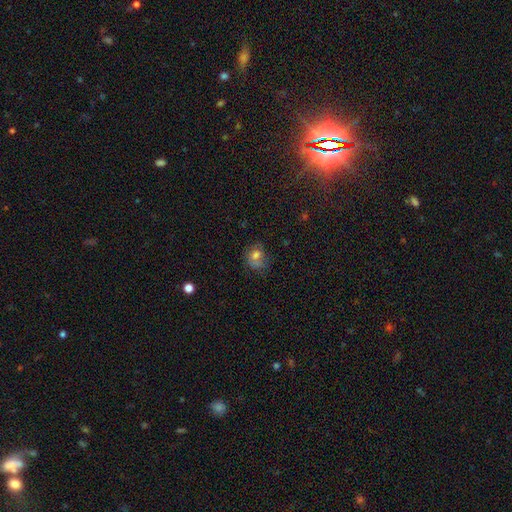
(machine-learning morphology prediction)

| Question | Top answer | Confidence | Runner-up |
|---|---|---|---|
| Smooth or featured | smooth | 68% | featured or disk (19%) |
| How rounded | round | 58% | in between (41%) |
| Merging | none | 49% | minor disturbance (28%) |